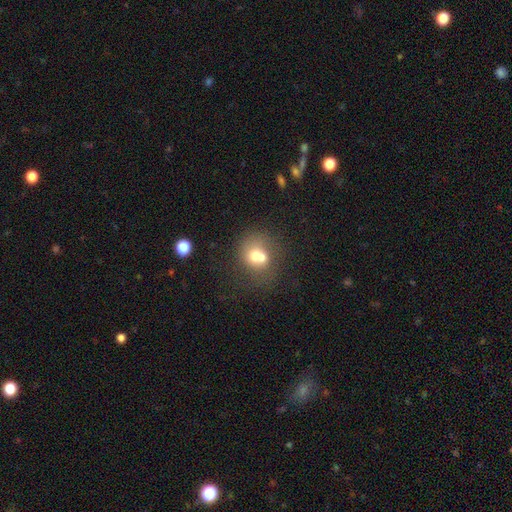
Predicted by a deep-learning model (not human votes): Q: Smooth or featured?
A: smooth (63%); runner-up: featured or disk (26%)
Q: How rounded?
A: round (76%); runner-up: in between (23%)
Q: Merging?
A: merger (54%); runner-up: none (31%)